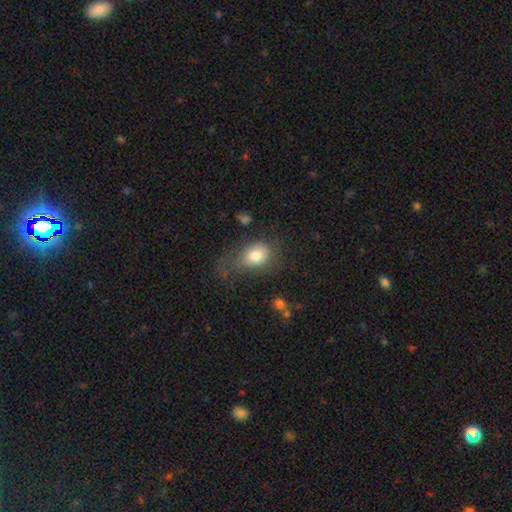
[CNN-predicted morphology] Overall: smooth (78%). How rounded: in between (65%; round 34%). Merging: none (44%; minor disturbance 28%).